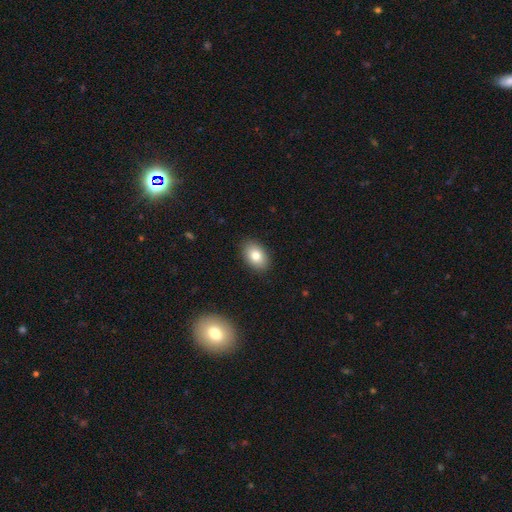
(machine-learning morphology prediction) Smooth or featured?
  - smooth: 80% *
  - featured or disk: 11%
  - star or artifact: 9%
How rounded?
  - in between: 85% *
  - round: 14%
  - cigar-shaped: 1%
Merging?
  - none: 88% *
  - minor disturbance: 8%
  - major disturbance: 2%
  - merger: 1%